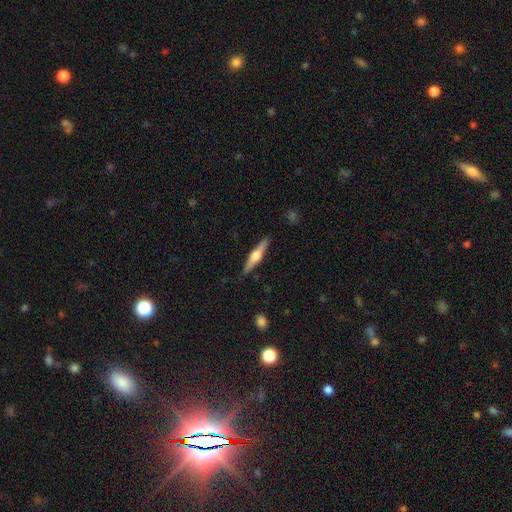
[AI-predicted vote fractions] Morphology: type=featured or disk (64%); edge-on=yes (97%); edge-on bulge=rounded (94%); merging=none (89%).